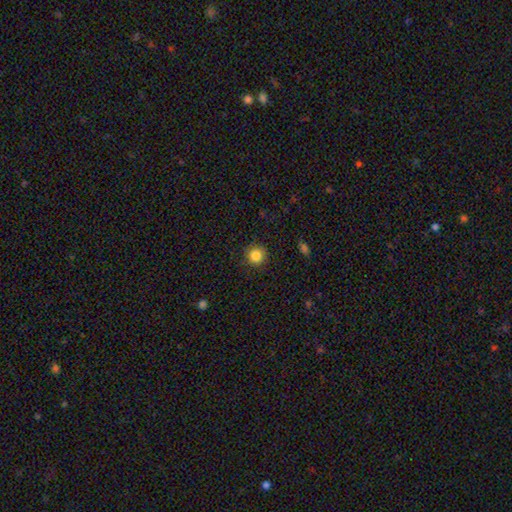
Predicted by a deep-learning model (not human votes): Smooth or featured?
  - smooth: 84% *
  - star or artifact: 11%
  - featured or disk: 5%
How rounded?
  - round: 94% *
  - in between: 6%
  - cigar-shaped: 1%
Merging?
  - none: 89% *
  - minor disturbance: 8%
  - major disturbance: 2%
  - merger: 1%